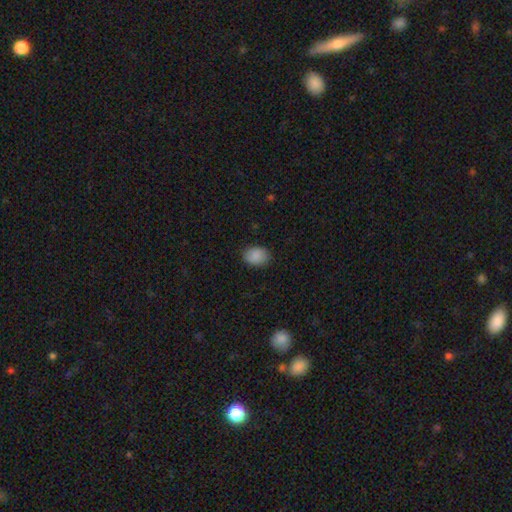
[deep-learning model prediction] smooth_or_featured: smooth (p=0.89) [alt: star or artifact p=0.08]
how_rounded: in between (p=0.66) [alt: round p=0.33]
merging: none (p=0.87) [alt: minor disturbance p=0.10]